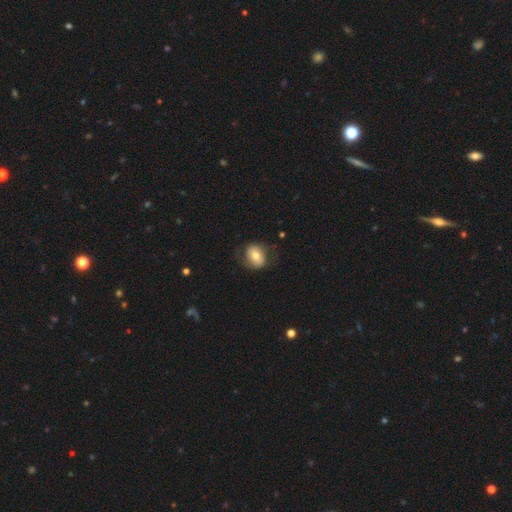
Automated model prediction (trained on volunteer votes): A smooth galaxy with no disk features (62%) that is in between round and cigar-shaped (52%).

Vote fractions:
- Smooth or featured? smooth: 62% / featured or disk: 30% / star or artifact: 8%
- How rounded? in between: 52% / round: 47% / cigar-shaped: 1%
- Merging? none: 69% / minor disturbance: 18% / major disturbance: 11% / merger: 1%